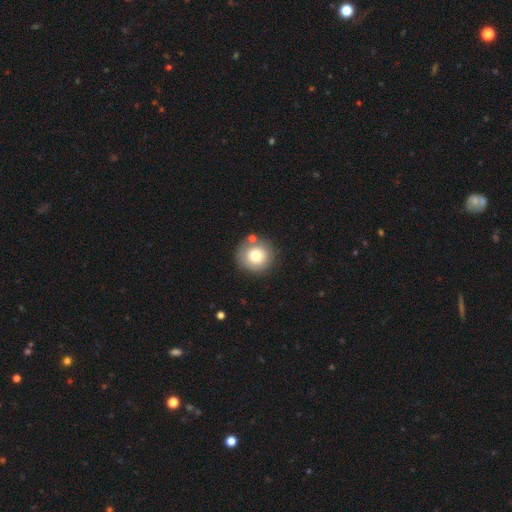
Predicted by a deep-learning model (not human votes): This is likely a smooth galaxy (75%). How rounded: clearly round (93%). Merging: likely none (74%).